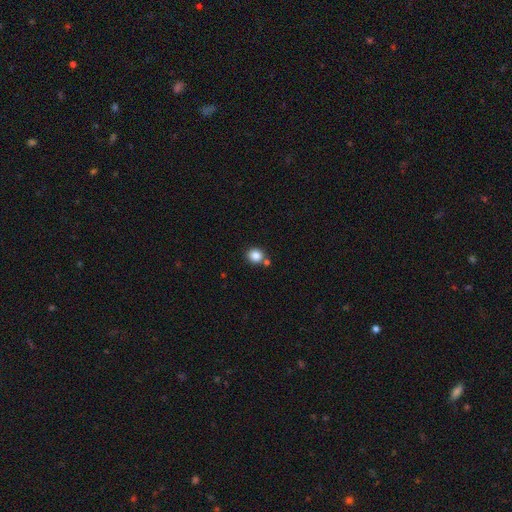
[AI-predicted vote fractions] Overall: smooth (85%). How rounded: round (83%). Merging: none (73%).